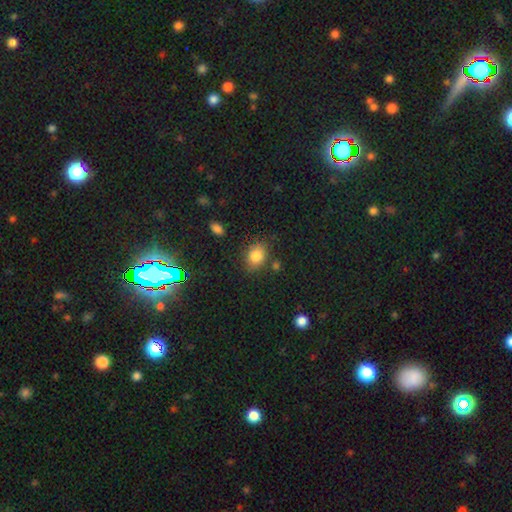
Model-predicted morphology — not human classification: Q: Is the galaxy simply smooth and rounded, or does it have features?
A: smooth — 82%.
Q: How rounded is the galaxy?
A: in between — 53%.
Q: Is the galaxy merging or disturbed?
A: none — 75%.